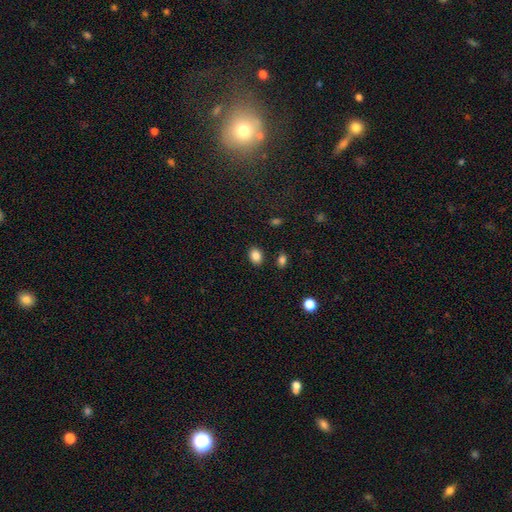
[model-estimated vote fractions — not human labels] Q: Smooth or featured?
A: smooth (86%); runner-up: star or artifact (10%)
Q: How rounded?
A: in between (67%); runner-up: round (32%)
Q: Merging?
A: none (86%); runner-up: minor disturbance (9%)